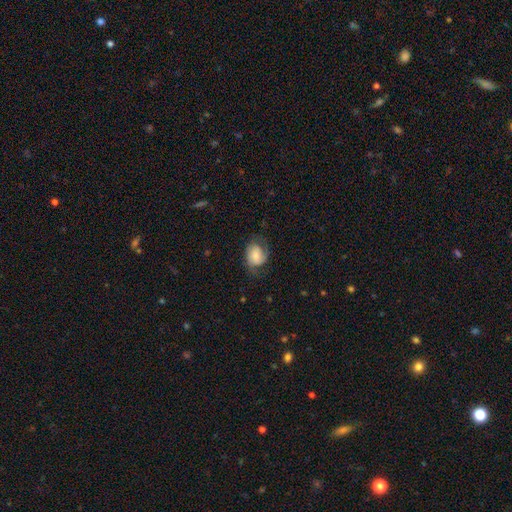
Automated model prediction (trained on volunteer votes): Smooth or featured?
  - featured or disk: 46% * (tied)
  - smooth: 46% * (tied)
  - star or artifact: 8%
Merging?
  - none: 54% *
  - minor disturbance: 27%
  - major disturbance: 17%
  - merger: 1%